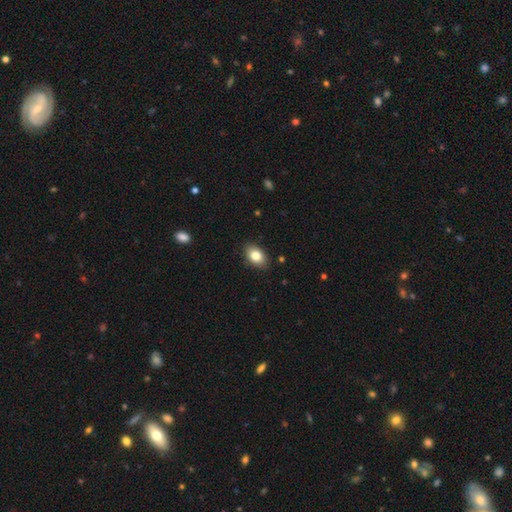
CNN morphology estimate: A smooth galaxy with no disk features (82%) that is in between round and cigar-shaped (88%).

Vote fractions:
- Smooth or featured? smooth: 82% / featured or disk: 10% / star or artifact: 8%
- How rounded? in between: 88% / round: 10% / cigar-shaped: 1%
- Merging? none: 87% / minor disturbance: 10% / major disturbance: 2% / merger: 1%